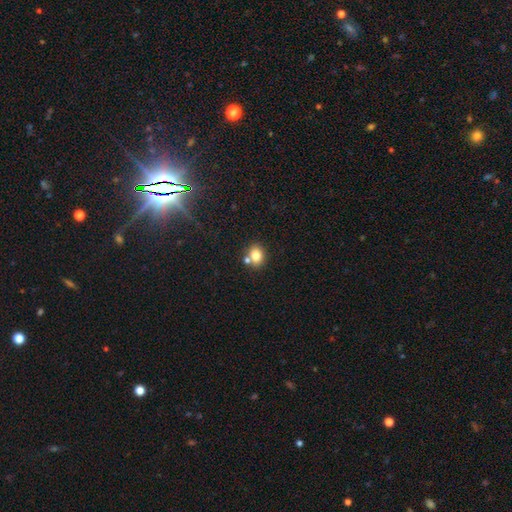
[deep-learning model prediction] This appears to be a smooth galaxy with no disk features (79%) that is round (60%). Merging: none (66%).